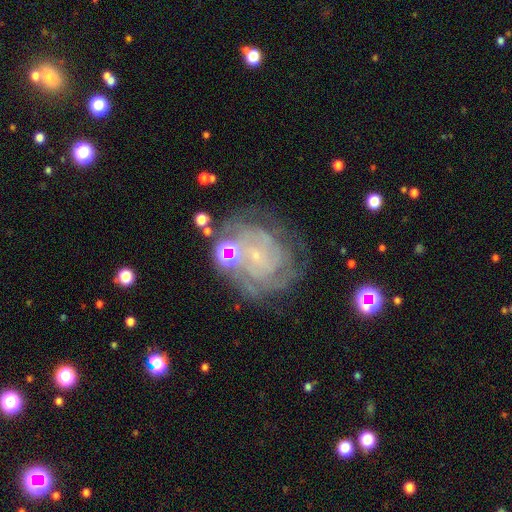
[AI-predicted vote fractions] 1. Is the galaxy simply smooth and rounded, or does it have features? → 79% featured or disk, 11% star or artifact, 10% smooth.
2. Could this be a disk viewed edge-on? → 98% no, 2% yes.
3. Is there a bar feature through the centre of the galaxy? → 72% no, 22% weak, 5% strong.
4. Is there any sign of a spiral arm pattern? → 90% yes, 10% no.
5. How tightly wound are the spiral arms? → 72% tight, 22% medium, 6% loose.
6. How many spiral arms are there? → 42% can't tell, 16% 4, 14% 3, 12% 2, 10% more than 4, 7% 1.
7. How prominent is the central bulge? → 83% small, 8% none, 7% moderate, 1% large, 1% dominant.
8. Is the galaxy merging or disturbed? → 63% none, 18% minor disturbance, 13% major disturbance, 6% merger.